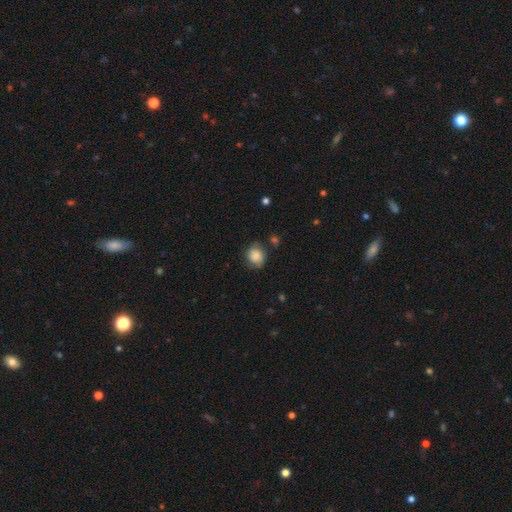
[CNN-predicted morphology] Overall: smooth (73%). How rounded: round (69%; in between 30%). Merging: none (68%).